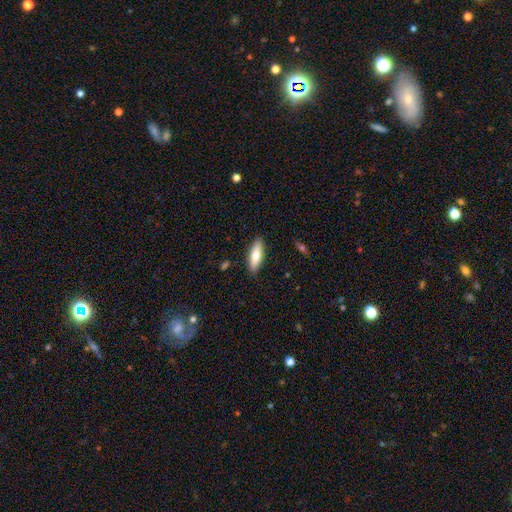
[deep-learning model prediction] Smooth or featured? Predicted: smooth (p=0.73). How rounded? Predicted: in between (p=0.54). Merging? Predicted: none (p=0.89).